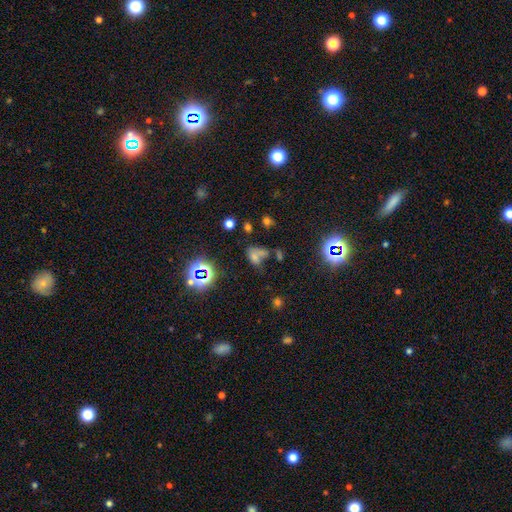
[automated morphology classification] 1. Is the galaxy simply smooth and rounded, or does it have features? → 50% smooth, 35% star or artifact, 16% featured or disk.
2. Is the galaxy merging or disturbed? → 31% merger (tied), 31% none (tied), 21% major disturbance, 18% minor disturbance.